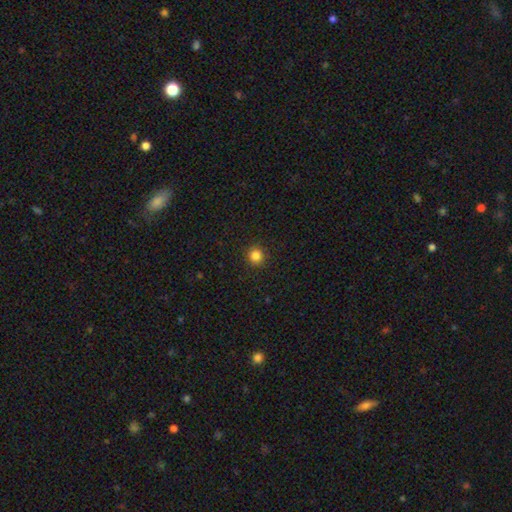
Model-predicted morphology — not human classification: The model was most divided on "smooth or featured": smooth: 84%, star or artifact: 12%, featured or disk: 4%. More confident: how rounded — round (93%); merging — none (92%).